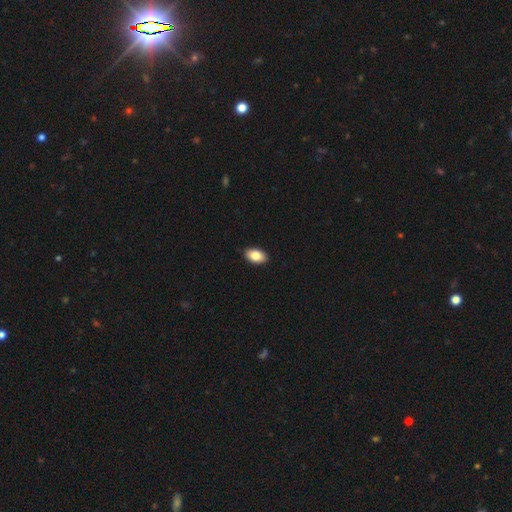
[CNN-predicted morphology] Q: Smooth or featured?
A: smooth (84%); runner-up: featured or disk (9%)
Q: How rounded?
A: in between (93%); runner-up: round (6%)
Q: Merging?
A: none (91%); runner-up: minor disturbance (7%)